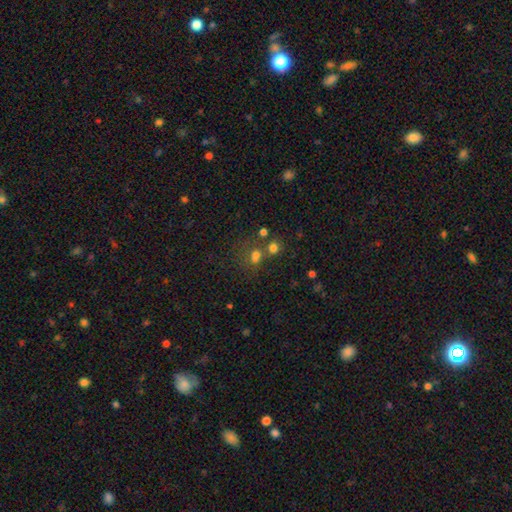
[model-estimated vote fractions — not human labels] This appears to be a smooth galaxy with no disk features (64%) that is round (67%). Merging: none (44%).